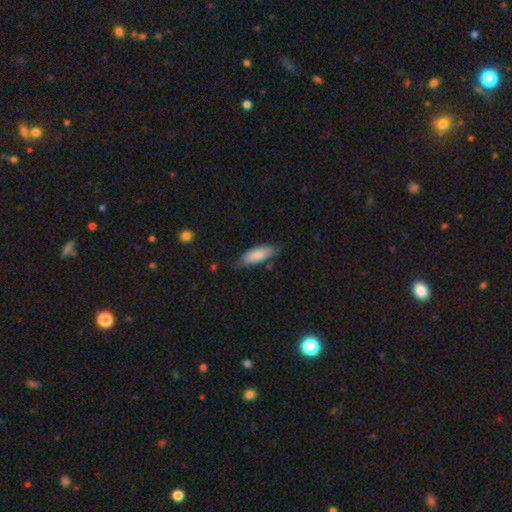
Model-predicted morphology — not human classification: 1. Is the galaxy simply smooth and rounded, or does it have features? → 83% smooth, 12% featured or disk, 6% star or artifact.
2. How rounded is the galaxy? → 64% in between, 35% cigar-shaped, 2% round.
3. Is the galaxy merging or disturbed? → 72% none, 22% minor disturbance, 4% major disturbance, 2% merger.